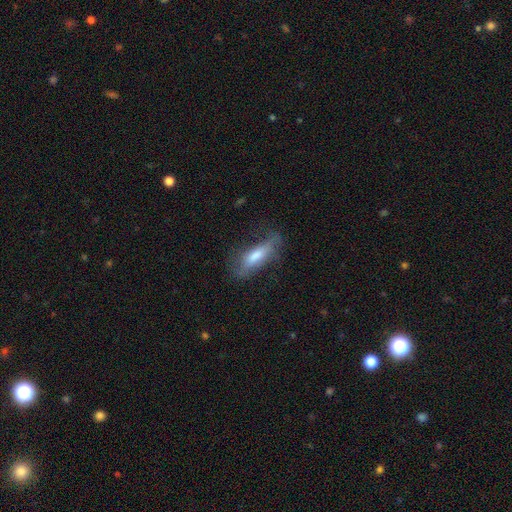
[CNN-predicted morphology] Smooth or featured?
  - smooth: 57% *
  - featured or disk: 35%
  - star or artifact: 8%
How rounded?
  - cigar-shaped: 54% *
  - in between: 44%
  - round: 2%
Merging?
  - none: 55% *
  - minor disturbance: 27%
  - major disturbance: 16%
  - merger: 2%